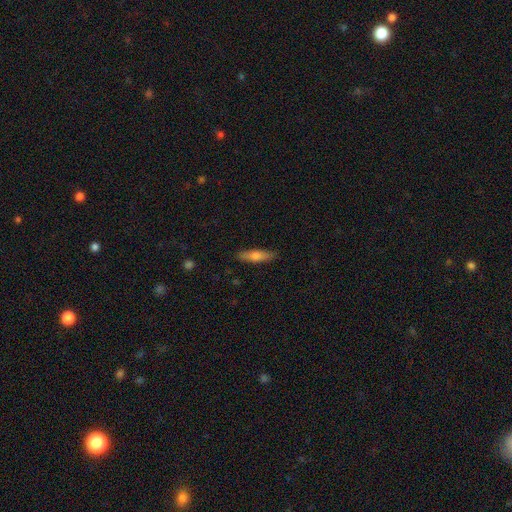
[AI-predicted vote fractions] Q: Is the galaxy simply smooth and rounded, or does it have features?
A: smooth — 62%.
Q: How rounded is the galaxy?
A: cigar-shaped — 71%.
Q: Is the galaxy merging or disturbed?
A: none — 88%.